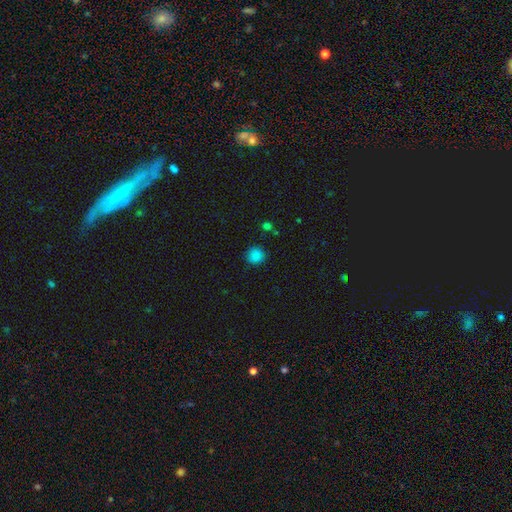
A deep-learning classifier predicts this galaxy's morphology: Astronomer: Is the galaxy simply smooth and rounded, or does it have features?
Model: smooth — 85%.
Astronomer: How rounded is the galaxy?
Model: round — 91%.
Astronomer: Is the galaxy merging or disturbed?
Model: none — 86%.